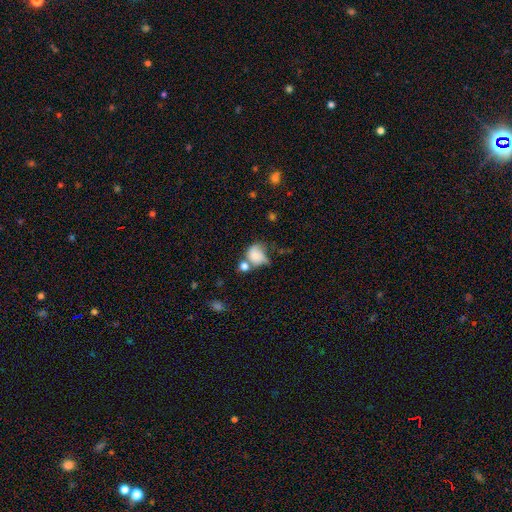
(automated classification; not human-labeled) Q: Smooth or featured?
A: smooth (67%); runner-up: featured or disk (23%)
Q: How rounded?
A: round (56%); runner-up: in between (43%)
Q: Merging?
A: merger (30%); runner-up: none (25%)